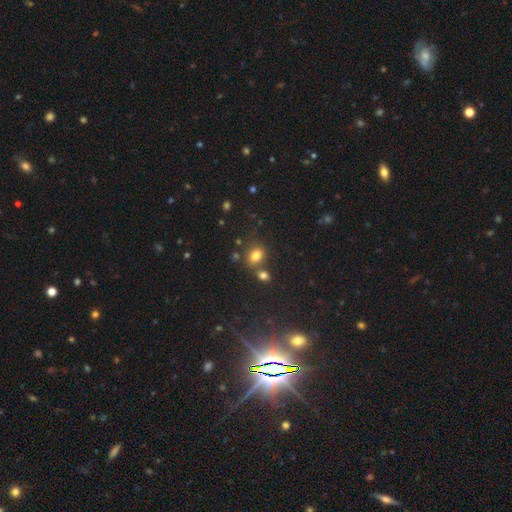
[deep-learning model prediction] Overall: smooth (78%). How rounded: in between (61%; round 38%). Merging: none (60%; merger 23%).